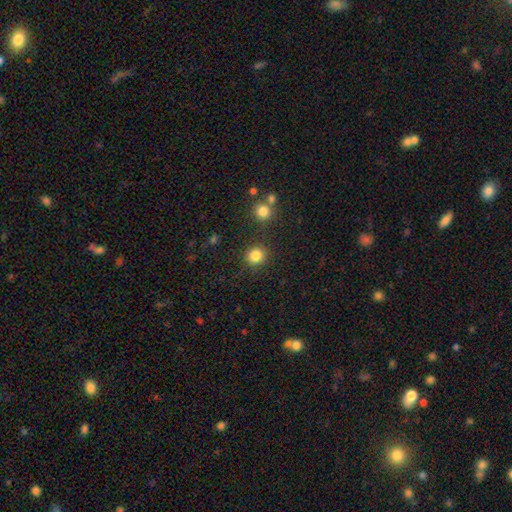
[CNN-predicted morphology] This is clearly a smooth galaxy (83%). How rounded: clearly round (88%). Merging: clearly none (87%).